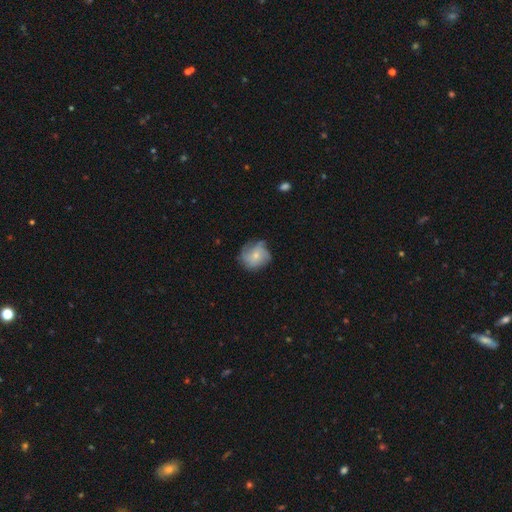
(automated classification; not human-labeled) Smooth or featured?
  - smooth: 47% *
  - featured or disk: 44%
  - star or artifact: 9%
Merging?
  - none: 60% *
  - minor disturbance: 27%
  - major disturbance: 11%
  - merger: 2%